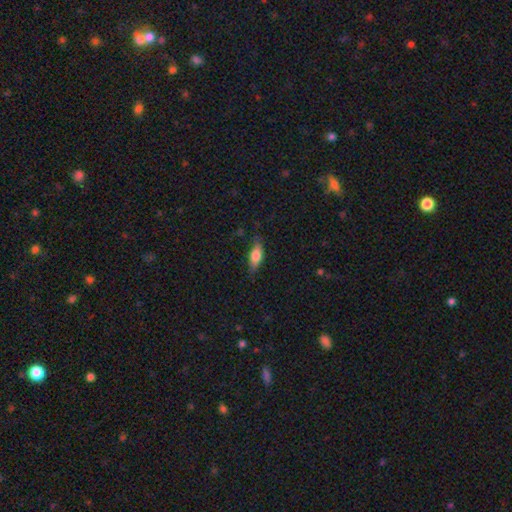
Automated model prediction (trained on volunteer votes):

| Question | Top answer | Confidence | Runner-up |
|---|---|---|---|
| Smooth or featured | smooth | 70% | featured or disk (23%) |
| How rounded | in between | 68% | cigar-shaped (29%) |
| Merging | none | 79% | minor disturbance (17%) |